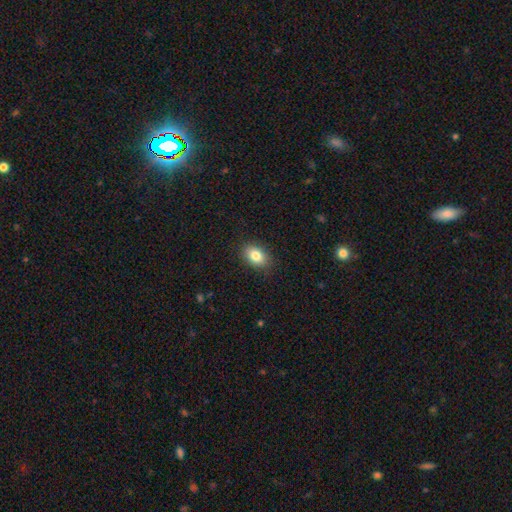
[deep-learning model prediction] Smooth or featured? smooth (83%)
How rounded? in between (82%)
Merging? none (87%)